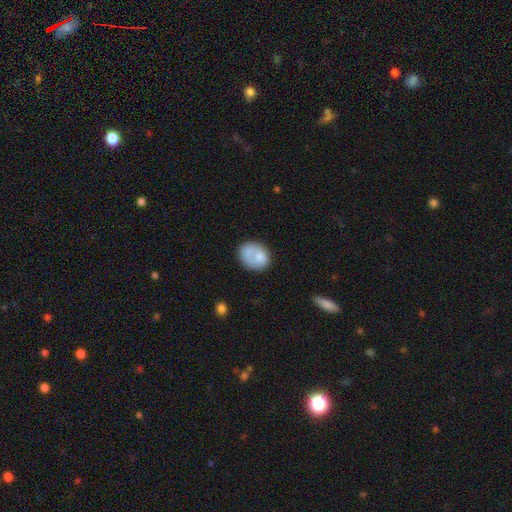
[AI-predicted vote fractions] smooth-or-featured: smooth: 73% | featured or disk: 19% | star or artifact: 8%
  how-rounded: in between: 57% | round: 42% | cigar-shaped: 1%
  merging: none: 48% | minor disturbance: 23% | merger: 17% | major disturbance: 12%